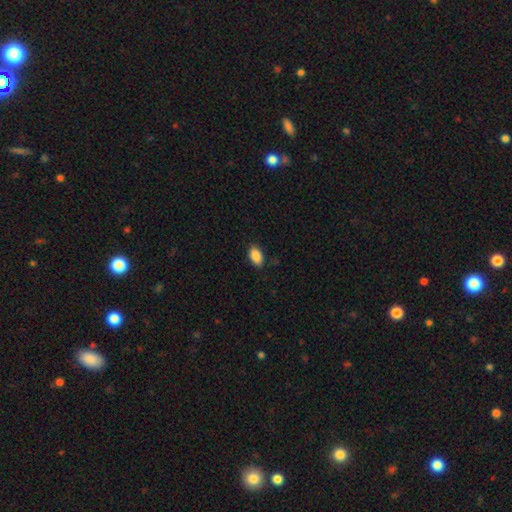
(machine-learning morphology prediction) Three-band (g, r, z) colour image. It shows a smooth galaxy with no disk features (88%) that is in between round and cigar-shaped (92%). Merging: none (87%).